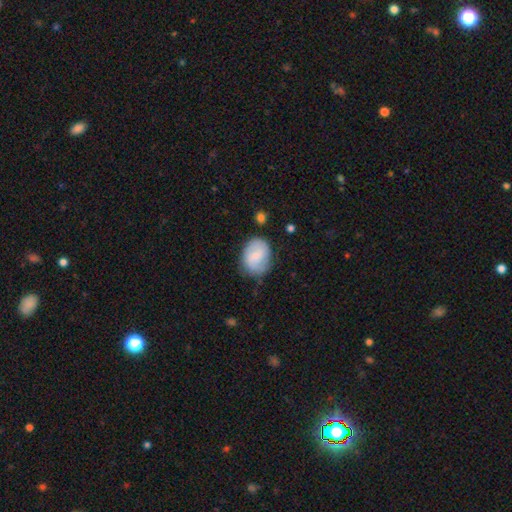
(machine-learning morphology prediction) smooth 62%, featured or disk 31%, star or artifact 7%. Down the decision tree: how rounded — in between (62%); merging — none (71%).